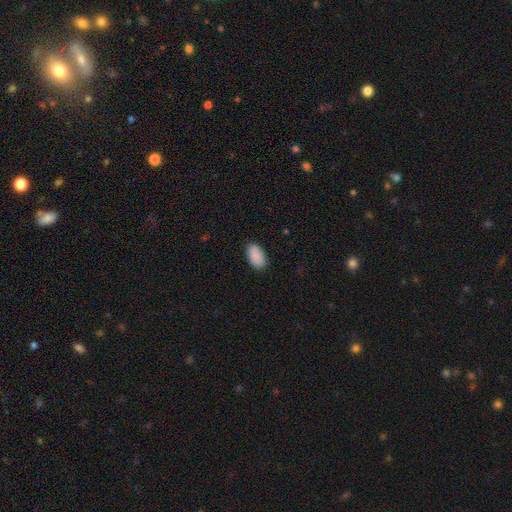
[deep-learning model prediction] Smooth or featured: smooth — 90% (star or artifact — 7%)
How rounded: in between — 95% (round — 4%)
Merging: none — 86% (minor disturbance — 11%)